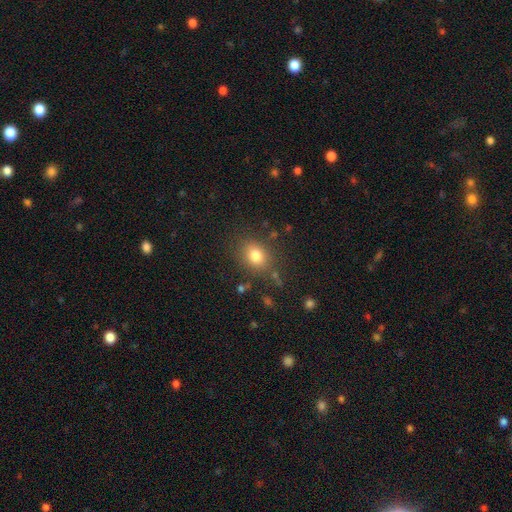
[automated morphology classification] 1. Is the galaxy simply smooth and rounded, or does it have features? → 79% smooth, 12% star or artifact, 9% featured or disk.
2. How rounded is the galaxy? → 51% round, 48% in between, 1% cigar-shaped.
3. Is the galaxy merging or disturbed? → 81% none, 12% minor disturbance, 4% major disturbance, 3% merger.